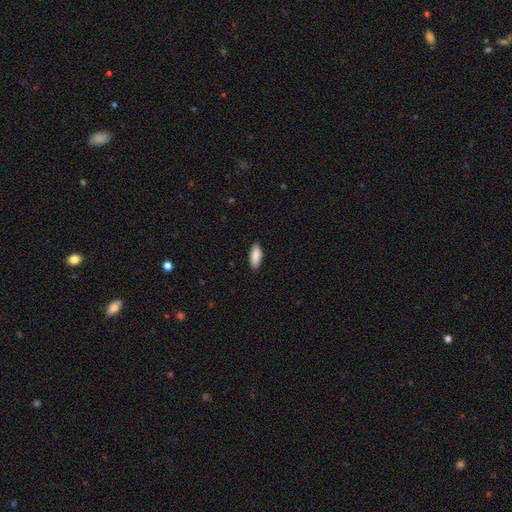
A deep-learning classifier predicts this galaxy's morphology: A smooth galaxy with no disk features (89%) that is in between round and cigar-shaped (80%).

Vote fractions:
- Smooth or featured? smooth: 89% / star or artifact: 6% / featured or disk: 5%
- How rounded? in between: 80% / cigar-shaped: 19% / round: 2%
- Merging? none: 88% / minor disturbance: 9% / major disturbance: 2% / merger: 1%